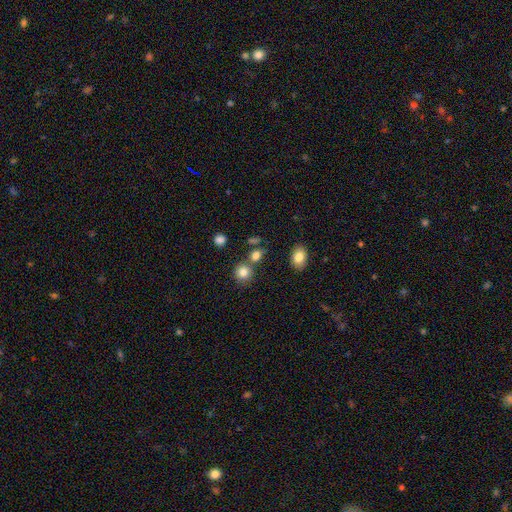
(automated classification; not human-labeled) This is clearly a smooth galaxy (80%). How rounded: likely round (64%). Merging: likely none (67%).